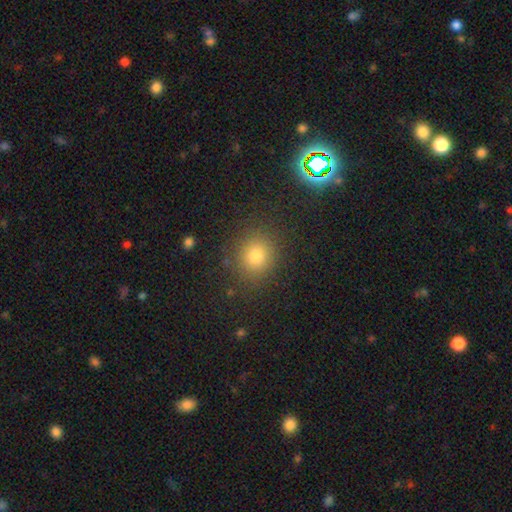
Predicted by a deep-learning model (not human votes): This is likely a smooth galaxy (77%). How rounded: likely round (79%). Merging: clearly none (86%).